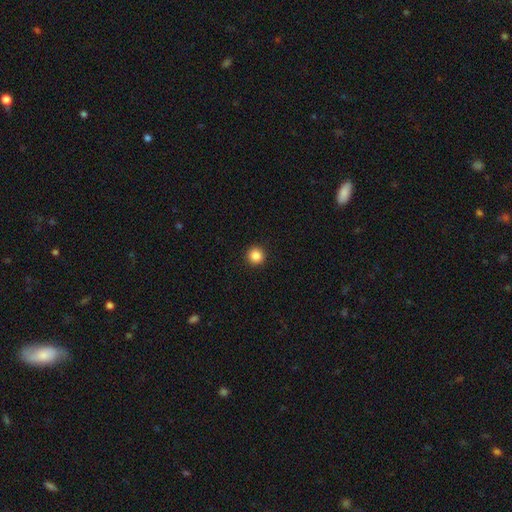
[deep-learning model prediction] Overall: smooth (86%). How rounded: round (96%). Merging: none (93%).